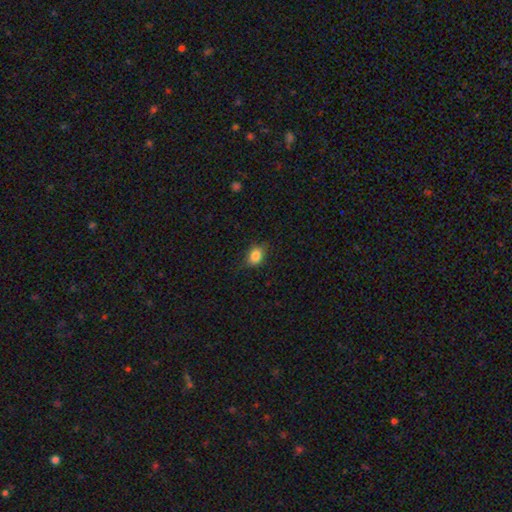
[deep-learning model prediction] Overall: smooth (85%). How rounded: in between (66%; round 33%). Merging: none (75%).